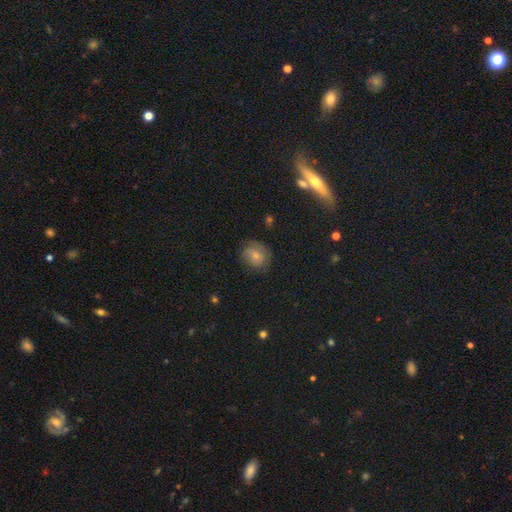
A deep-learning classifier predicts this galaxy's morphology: Q: Smooth or featured?
A: smooth (64%); runner-up: featured or disk (25%)
Q: How rounded?
A: round (74%); runner-up: in between (25%)
Q: Merging?
A: none (73%); runner-up: minor disturbance (19%)